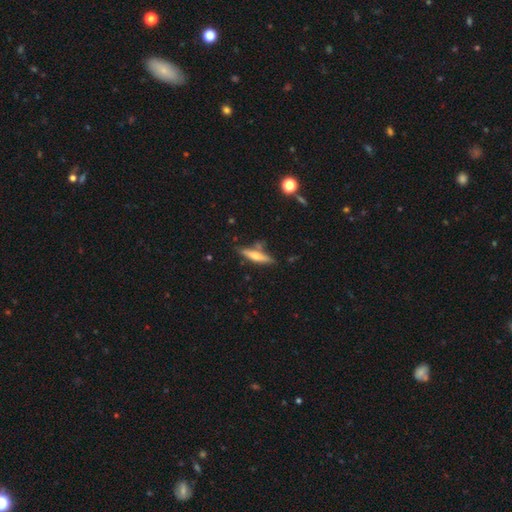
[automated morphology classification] smooth 47% (tied), featured or disk 47% (tied), star or artifact 7%. Down the decision tree: merging — none (76%).